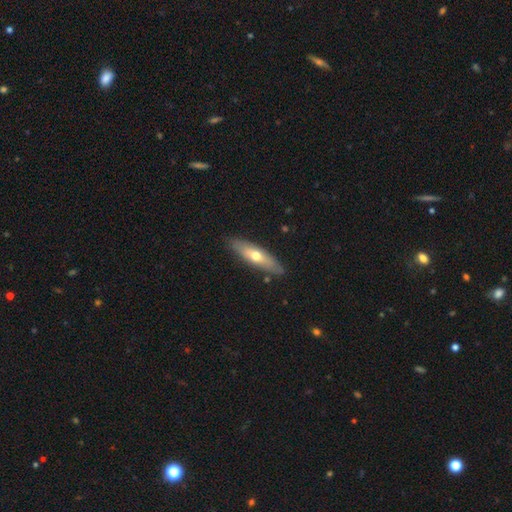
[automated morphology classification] Smooth or featured?
  - smooth: 54% *
  - featured or disk: 41%
  - star or artifact: 6%
How rounded?
  - cigar-shaped: 58% *
  - in between: 40%
  - round: 2%
Merging?
  - none: 85% *
  - minor disturbance: 11%
  - major disturbance: 2%
  - merger: 2%